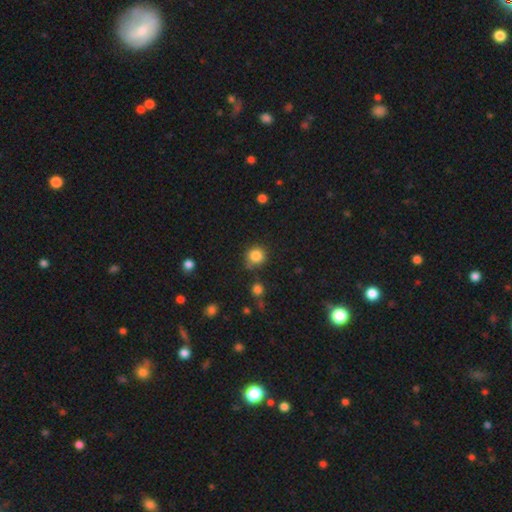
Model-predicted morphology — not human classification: A smooth galaxy with no disk features (84%) that is round (92%). Merging: none (80%).